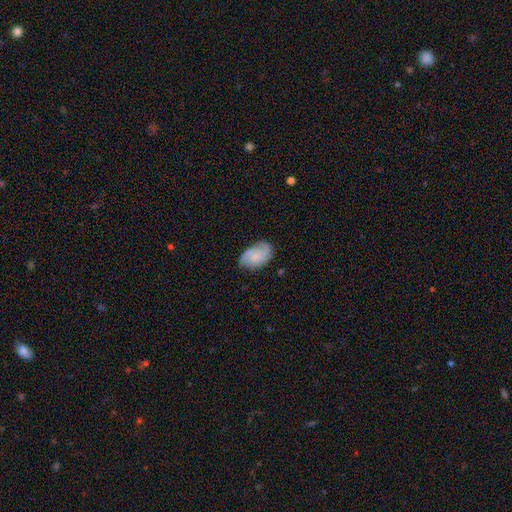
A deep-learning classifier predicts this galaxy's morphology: Q: Smooth or featured?
A: featured or disk (56%); runner-up: smooth (36%)
Q: Edge-on disk?
A: no (97%); runner-up: yes (3%)
Q: Bar?
A: no (72%); runner-up: weak (24%)
Q: Spiral arms?
A: yes (90%); runner-up: no (10%)
Q: Bulge size?
A: none (47%); runner-up: small (29%)
Q: Merging?
A: none (72%); runner-up: minor disturbance (20%)